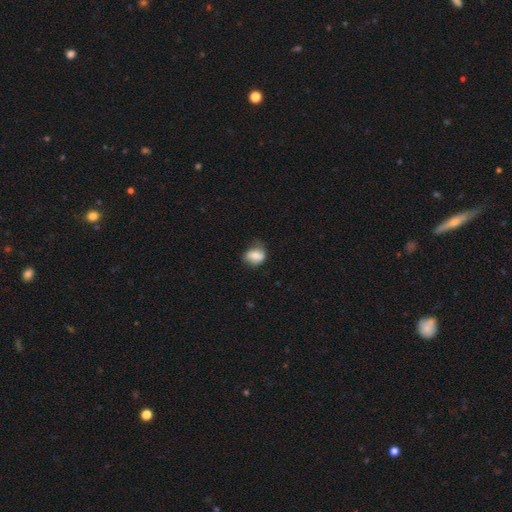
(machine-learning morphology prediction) This appears to be a smooth galaxy with no disk features (69%) that is in between round and cigar-shaped (57%). Merging: none (53%).